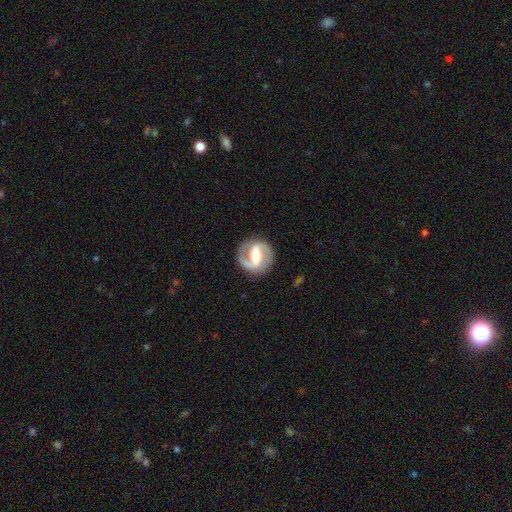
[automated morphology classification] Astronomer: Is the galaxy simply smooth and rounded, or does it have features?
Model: featured or disk — 89%.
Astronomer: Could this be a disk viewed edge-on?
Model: no — 98%.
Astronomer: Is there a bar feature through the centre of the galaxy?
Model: strong — 63%.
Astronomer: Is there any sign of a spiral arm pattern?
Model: yes — 94%.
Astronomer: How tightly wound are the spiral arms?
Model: medium — 53% (runner-up: tight, 29%).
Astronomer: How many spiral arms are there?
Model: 2 — 92%.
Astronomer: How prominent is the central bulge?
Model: moderate — 59%.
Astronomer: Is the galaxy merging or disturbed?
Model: none — 87%.